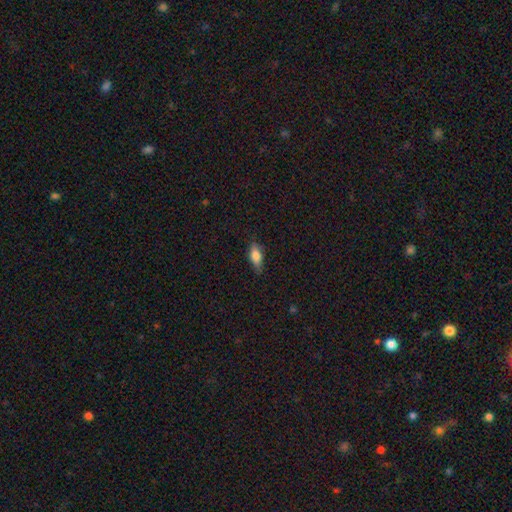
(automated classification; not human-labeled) smooth-or-featured: smooth: 72% | featured or disk: 21% | star or artifact: 8%
  how-rounded: in between: 75% | cigar-shaped: 21% | round: 4%
  merging: none: 76% | minor disturbance: 19% | major disturbance: 4% | merger: 1%